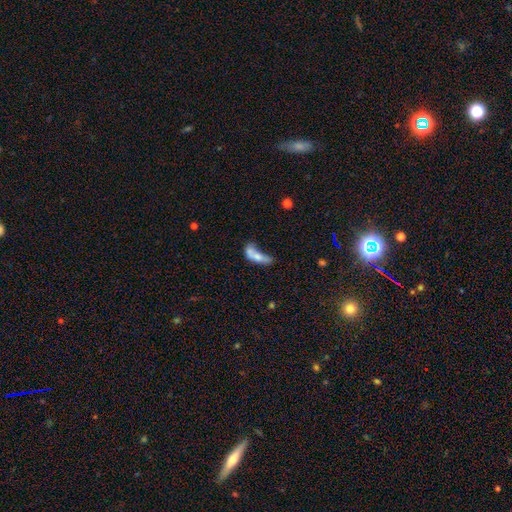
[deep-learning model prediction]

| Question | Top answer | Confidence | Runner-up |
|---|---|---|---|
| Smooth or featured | smooth | 62% | featured or disk (28%) |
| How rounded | in between | 61% | cigar-shaped (34%) |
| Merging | merger | 46% | major disturbance (20%) |